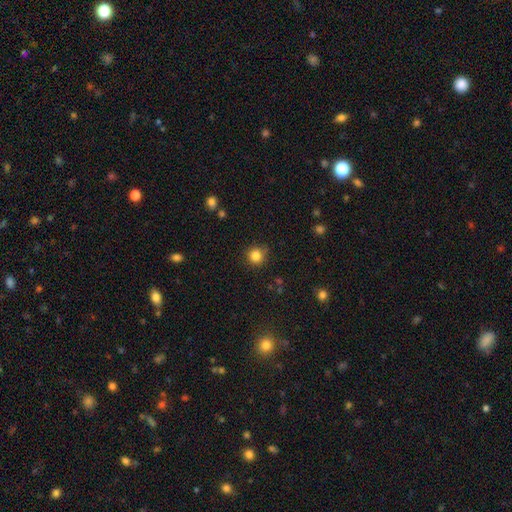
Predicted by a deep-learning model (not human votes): Q: Smooth or featured?
A: smooth (83%); runner-up: star or artifact (12%)
Q: How rounded?
A: round (91%); runner-up: in between (8%)
Q: Merging?
A: none (83%); runner-up: minor disturbance (12%)